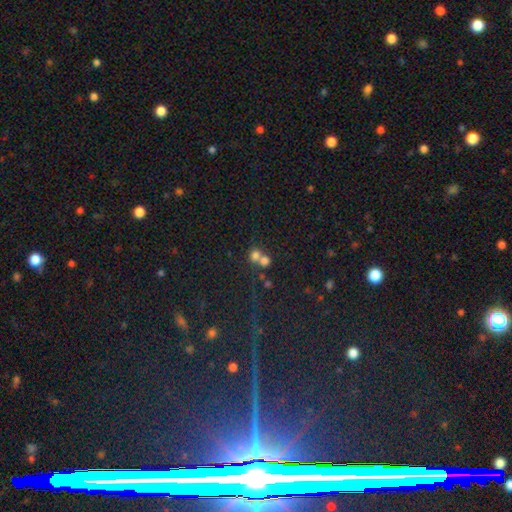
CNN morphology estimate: Smooth or featured: smooth — 71% (star or artifact — 16%)
How rounded: round — 82% (in between — 17%)
Merging: merger — 59% (none — 33%)